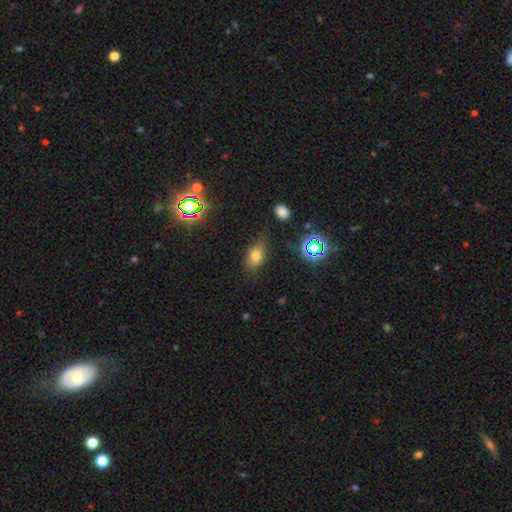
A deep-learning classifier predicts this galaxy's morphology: smooth_or_featured: smooth (p=0.69) [alt: star or artifact p=0.19]
how_rounded: in between (p=0.83) [alt: round p=0.14]
merging: none (p=0.75) [alt: minor disturbance p=0.17]